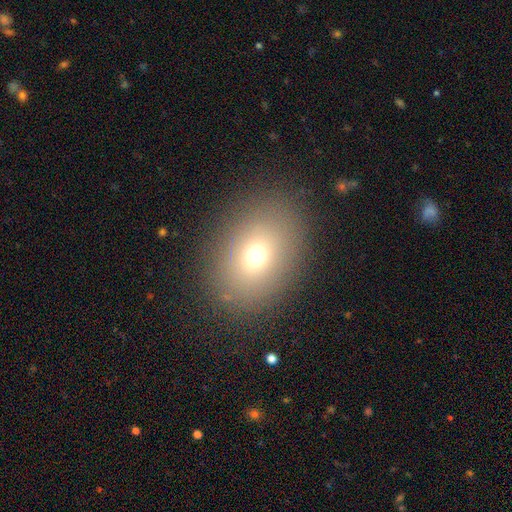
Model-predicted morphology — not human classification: Overall: smooth (70%). How rounded: in between (66%; round 33%). Merging: none (85%).